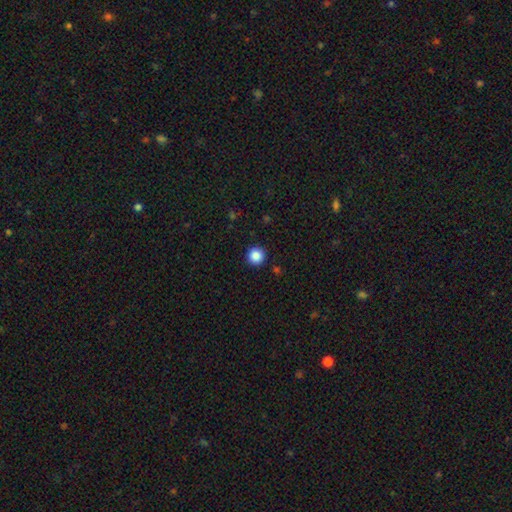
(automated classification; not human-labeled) smooth_or_featured: smooth (p=0.87) [alt: star or artifact p=0.10]
how_rounded: round (p=0.96) [alt: in between p=0.03]
merging: none (p=0.93) [alt: minor disturbance p=0.05]